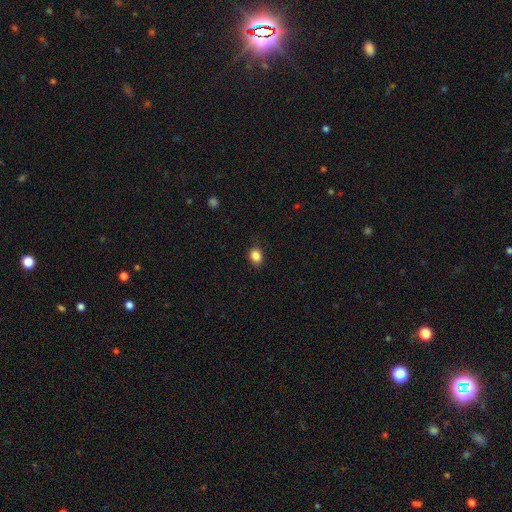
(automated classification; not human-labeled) Smooth or featured: smooth — 86% (star or artifact — 10%)
How rounded: round — 52% (in between — 47%)
Merging: none — 85% (minor disturbance — 11%)